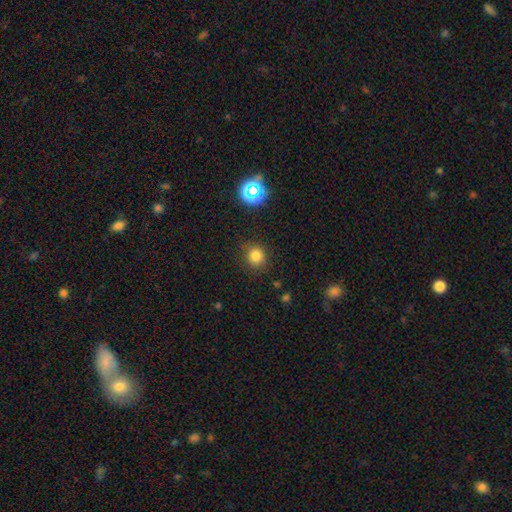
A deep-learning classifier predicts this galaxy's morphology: smooth 79%, star or artifact 16%, featured or disk 5%. Down the decision tree: how rounded — round (88%); merging — none (86%).